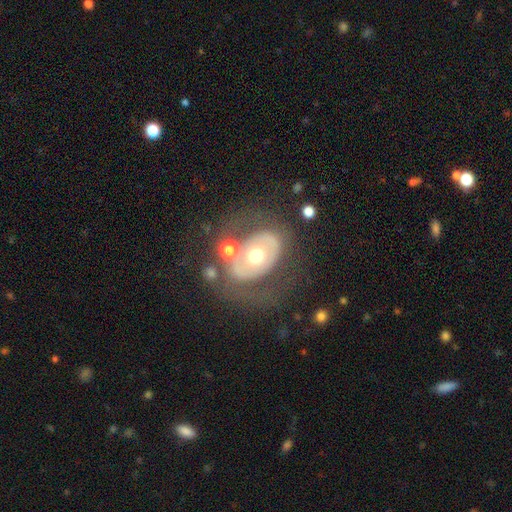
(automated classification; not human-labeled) This is likely a featured or disk galaxy (63%). It is clearly not viewed edge-on (94%). Bar: clearly no (82%). Spiral arm pattern: likely no (72%). Central bulge: likely moderate (74%). Merging: possibly none (55%).